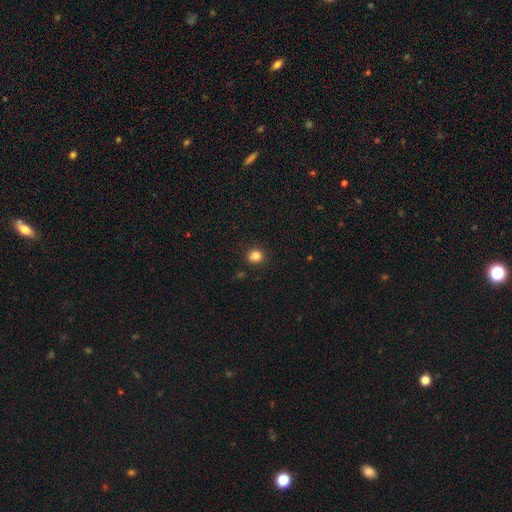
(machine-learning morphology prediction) Q: Smooth or featured?
A: smooth (83%); runner-up: star or artifact (12%)
Q: How rounded?
A: round (85%); runner-up: in between (14%)
Q: Merging?
A: none (89%); runner-up: minor disturbance (7%)